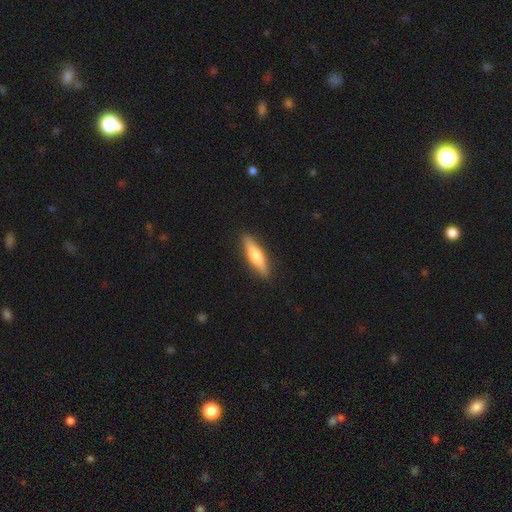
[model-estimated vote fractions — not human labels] A smooth galaxy with no disk features (52%) that is cigar-shaped (73%). Merging: none (90%).